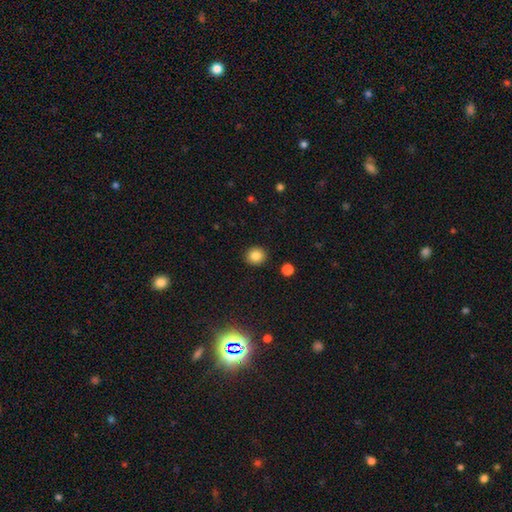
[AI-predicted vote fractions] Smooth or featured?
  - smooth: 83% *
  - star or artifact: 11%
  - featured or disk: 6%
How rounded?
  - round: 86% *
  - in between: 13%
  - cigar-shaped: 1%
Merging?
  - none: 92% *
  - minor disturbance: 5%
  - major disturbance: 2%
  - merger: 1%